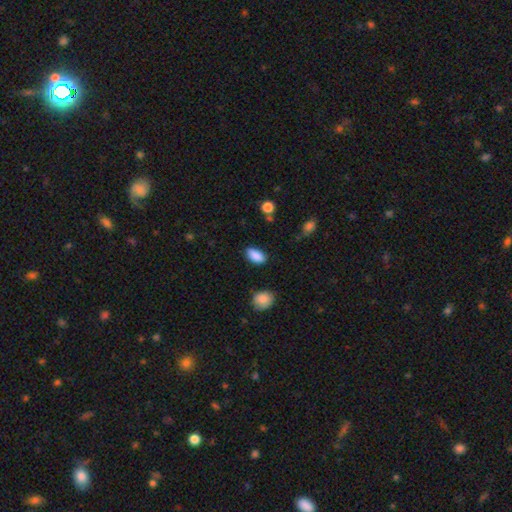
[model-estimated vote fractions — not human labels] This is clearly a smooth galaxy (88%). How rounded: clearly in between (92%). Merging: clearly none (82%).